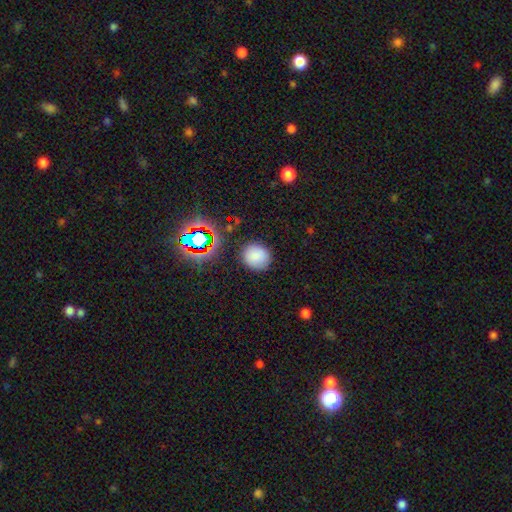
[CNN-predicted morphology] Smooth or featured: smooth — 81% (star or artifact — 14%)
How rounded: round — 85% (in between — 14%)
Merging: none — 86% (minor disturbance — 9%)